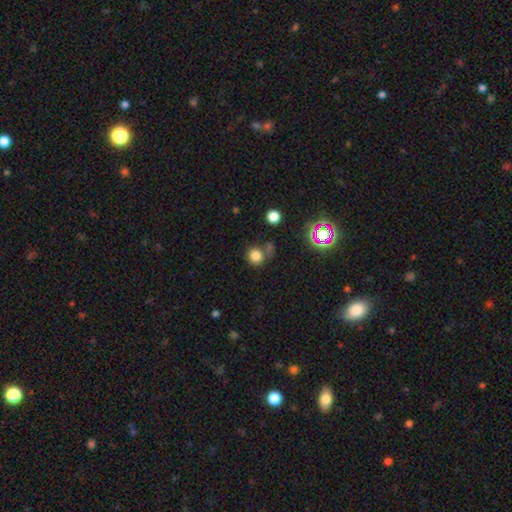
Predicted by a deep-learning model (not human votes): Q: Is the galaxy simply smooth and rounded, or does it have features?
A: smooth — 77%.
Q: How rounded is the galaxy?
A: round — 89%.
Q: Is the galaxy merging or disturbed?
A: none — 68%.